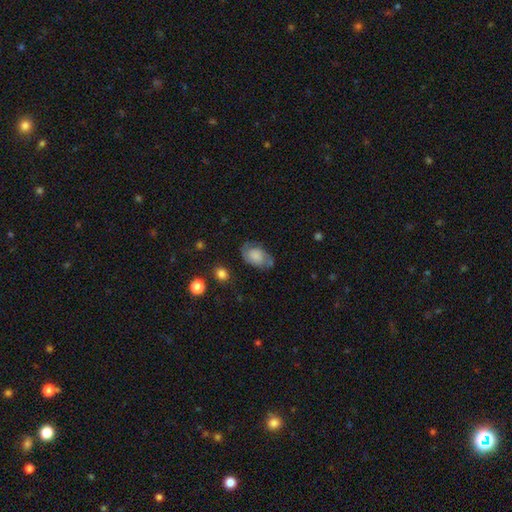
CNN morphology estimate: The model was most divided on "smooth or featured": smooth: 50%, featured or disk: 41%, star or artifact: 9%. More confident: merging — none (60%).